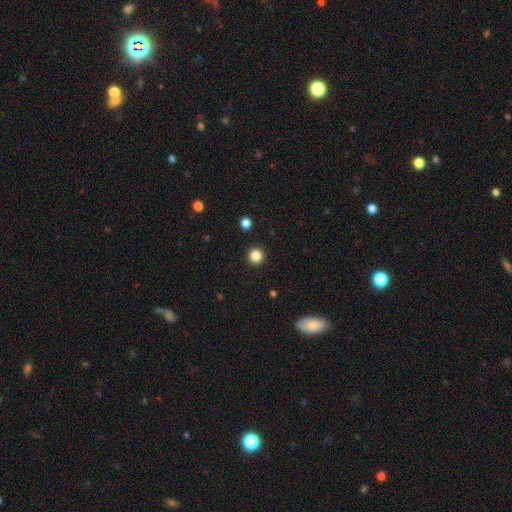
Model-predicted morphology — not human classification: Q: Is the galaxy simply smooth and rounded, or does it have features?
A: smooth — 85%.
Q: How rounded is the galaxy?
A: round — 95%.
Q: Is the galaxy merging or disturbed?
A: none — 93%.